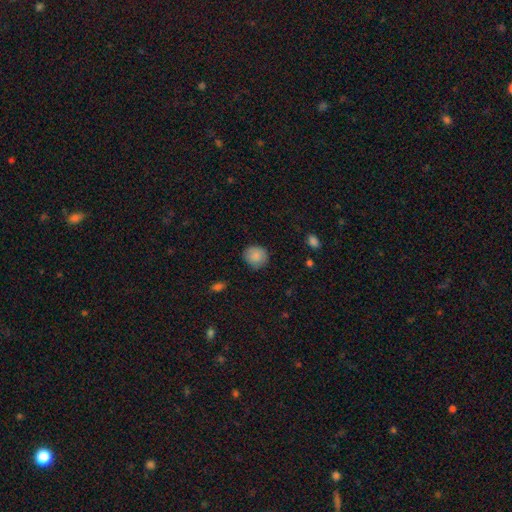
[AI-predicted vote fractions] The model was most divided on "how rounded": round: 86%, in between: 13%, cigar-shaped: 1%. More confident: smooth or featured — smooth (87%); merging — none (85%).